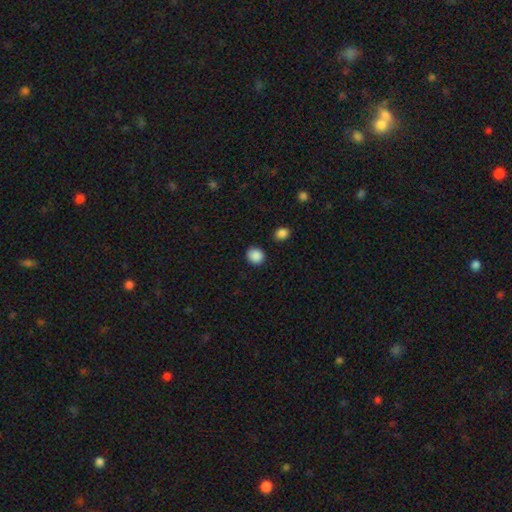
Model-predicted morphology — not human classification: Smooth or featured? Predicted: smooth (p=0.88). How rounded? Predicted: round (p=0.86). Merging? Predicted: none (p=0.88).